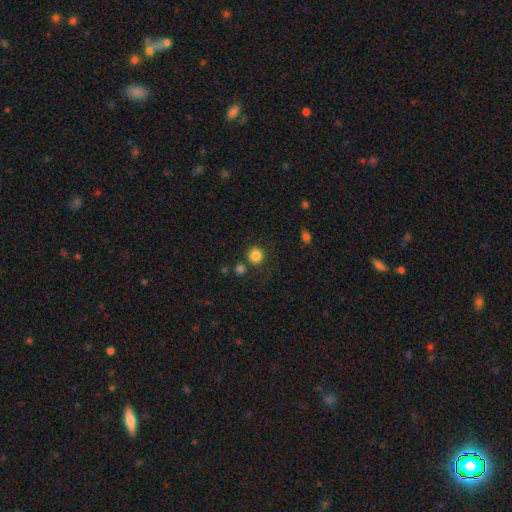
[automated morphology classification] A smooth galaxy with no disk features (84%) that is round (91%).

Vote fractions:
- Smooth or featured? smooth: 84% / star or artifact: 11% / featured or disk: 5%
- How rounded? round: 91% / in between: 8% / cigar-shaped: 1%
- Merging? none: 79% / minor disturbance: 9% / merger: 7% / major disturbance: 4%